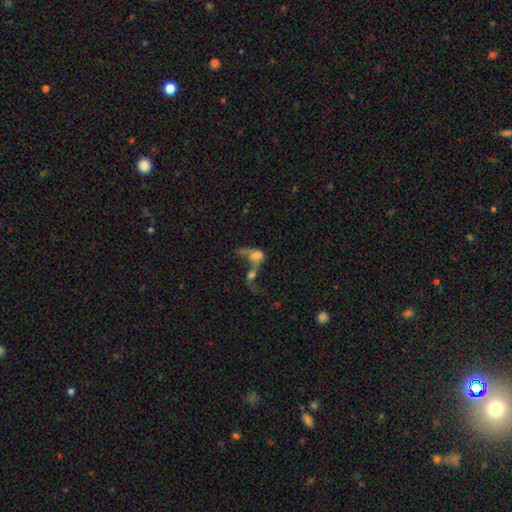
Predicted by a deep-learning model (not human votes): Morphology: type=smooth (45%); merging=merger (72%).